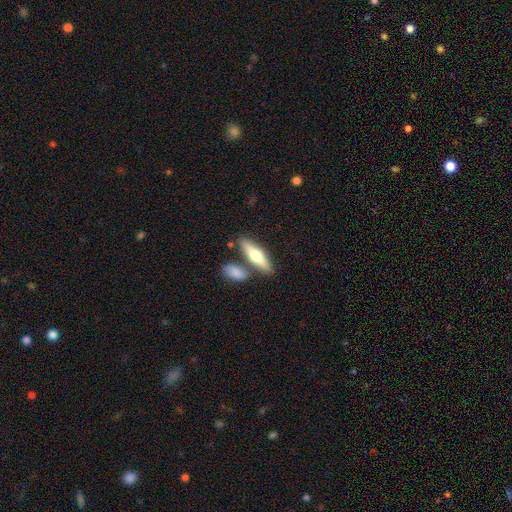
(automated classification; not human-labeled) Smooth or featured? smooth (53%)
How rounded? cigar-shaped (60%)
Merging? none (70%)